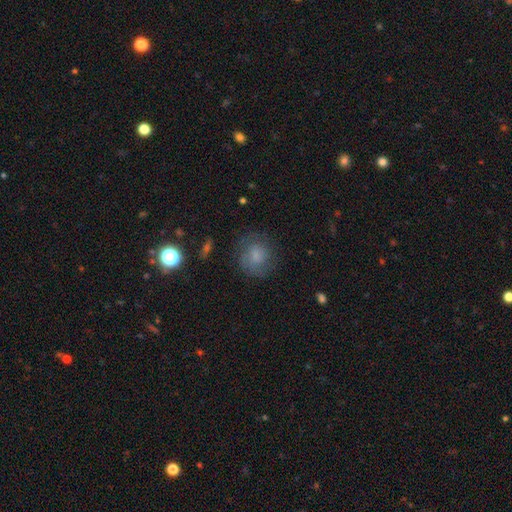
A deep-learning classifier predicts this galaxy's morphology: A smooth galaxy with no disk features (65%) that is round (81%). Merging: none (69%).